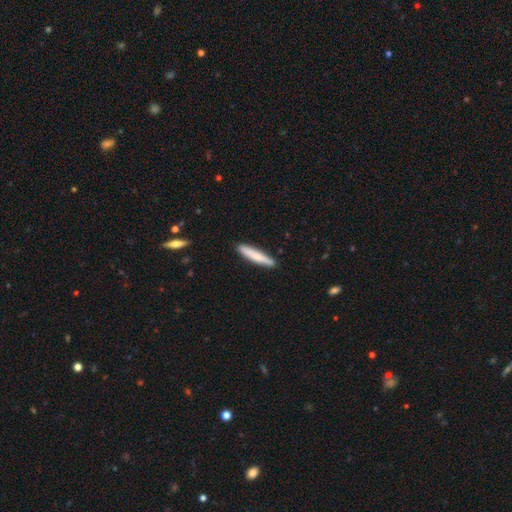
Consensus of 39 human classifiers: smooth_or_featured: smooth (p=0.69) [alt: featured or disk p=0.28]
how_rounded: cigar-shaped (p=0.93) [alt: in between p=0.07]
merging: none (p=0.92) [alt: minor disturbance p=0.08]